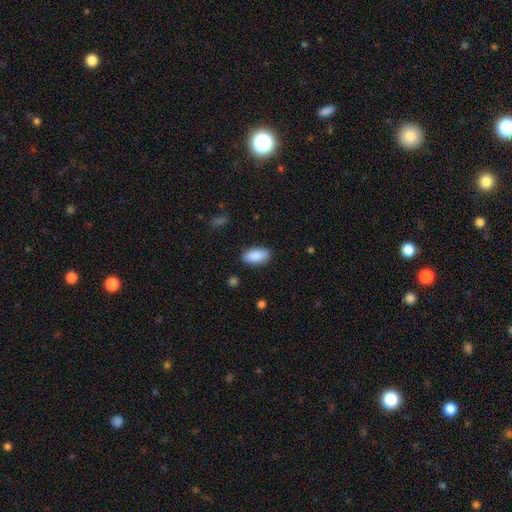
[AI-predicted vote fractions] A smooth galaxy with no disk features (89%) that is in between round and cigar-shaped (92%).

Vote fractions:
- Smooth or featured? smooth: 89% / star or artifact: 6% / featured or disk: 5%
- How rounded? in between: 92% / cigar-shaped: 5% / round: 3%
- Merging? none: 86% / minor disturbance: 10% / major disturbance: 2% / merger: 1%